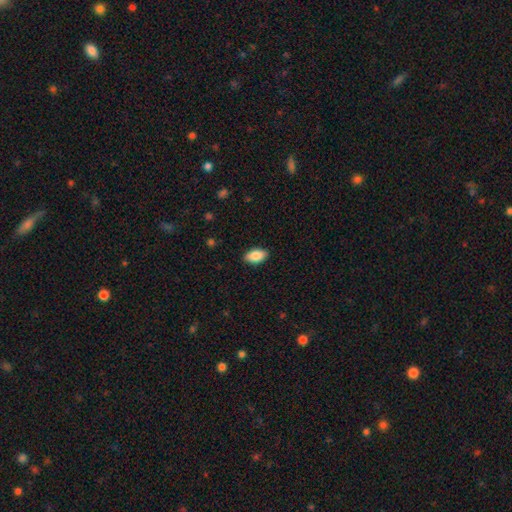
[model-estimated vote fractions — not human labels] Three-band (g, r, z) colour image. It shows a smooth galaxy with no disk features (87%) that is in between round and cigar-shaped (93%). Merging: none (88%).